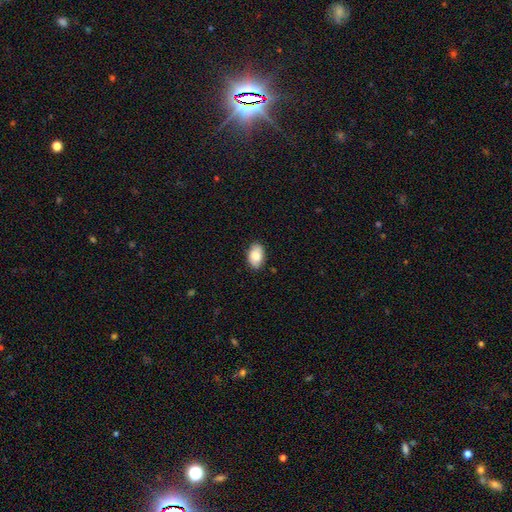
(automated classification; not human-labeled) This appears to be a smooth galaxy with no disk features (84%) that is in between round and cigar-shaped (92%). Merging: none (85%).